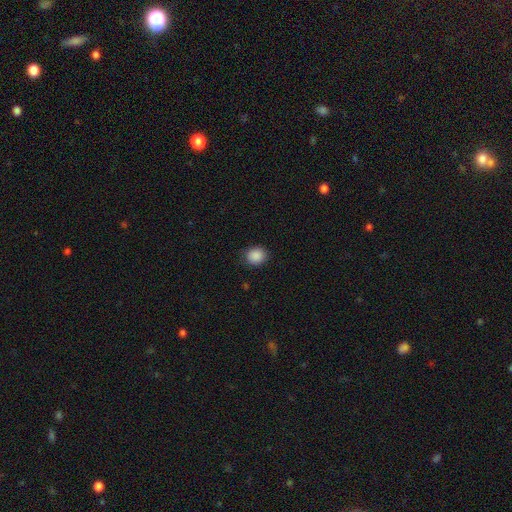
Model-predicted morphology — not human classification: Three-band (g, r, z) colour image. It shows a smooth galaxy with no disk features (89%) that is round (72%). Merging: none (85%).